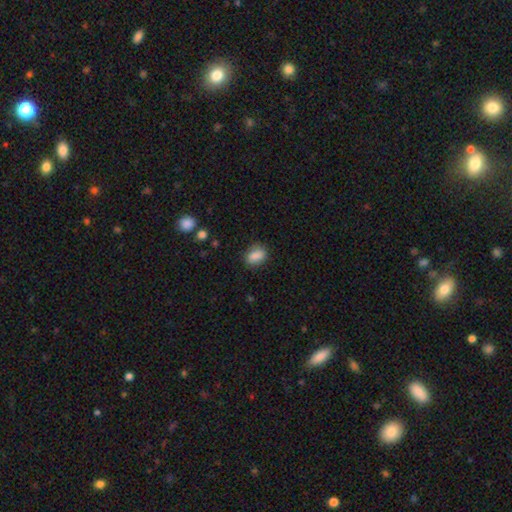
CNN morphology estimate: Smooth or featured? smooth (84%)
How rounded? in between (75%)
Merging? none (78%)